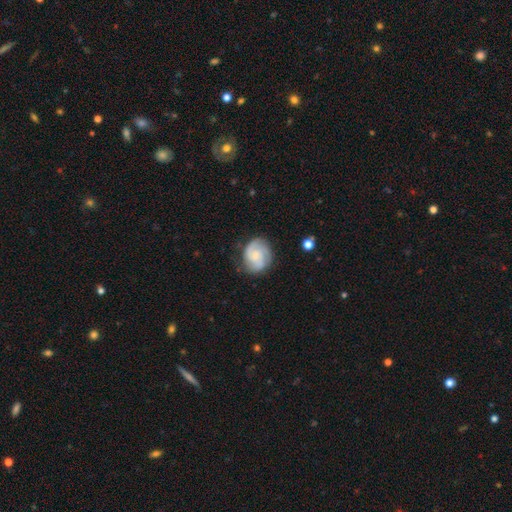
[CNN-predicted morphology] featured or disk 70%, smooth 24%, star or artifact 6%. Down the decision tree: edge-on disk — no (98%); bar — no (64%); spiral arms — yes (95%); spiral arm count — 2 (48%); spiral winding — tight (47%); bulge size — small (57%); merging — none (72%).